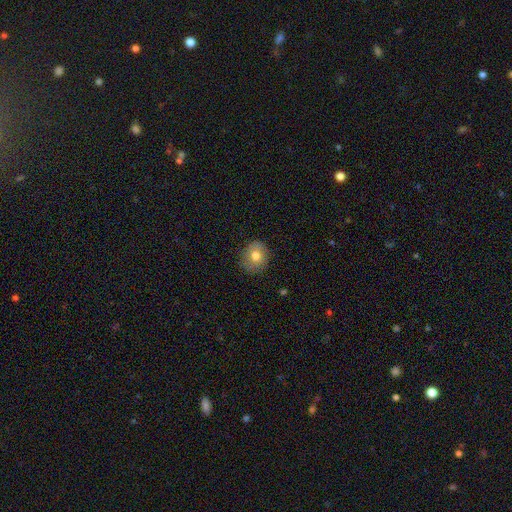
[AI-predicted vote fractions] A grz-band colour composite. It shows a smooth galaxy with no disk features (76%) that is round (72%). Merging: none (83%).